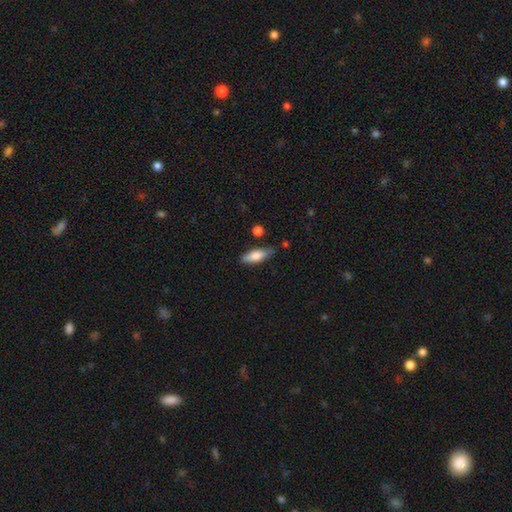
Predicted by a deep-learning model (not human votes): smooth 77%, featured or disk 16%, star or artifact 6%. Down the decision tree: how rounded — in between (64%); merging — none (72%).